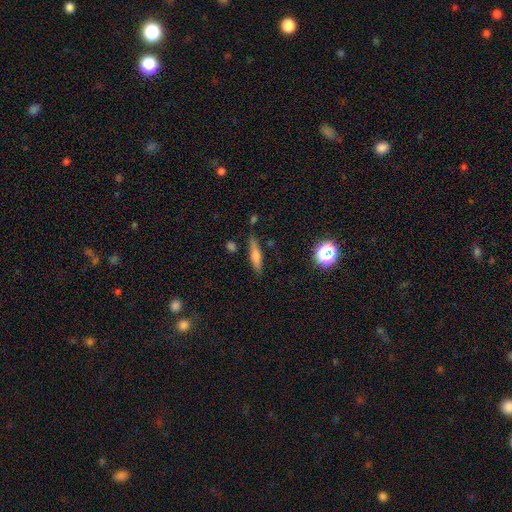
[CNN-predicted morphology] Smooth or featured: smooth — 57% (featured or disk — 34%)
How rounded: cigar-shaped — 77% (in between — 20%)
Merging: none — 83% (minor disturbance — 12%)